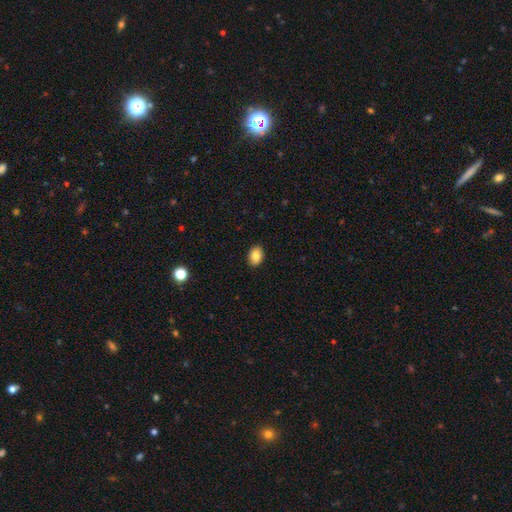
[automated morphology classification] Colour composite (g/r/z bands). It shows a smooth galaxy with no disk features (85%) that is in between round and cigar-shaped (83%). Merging: none (90%).